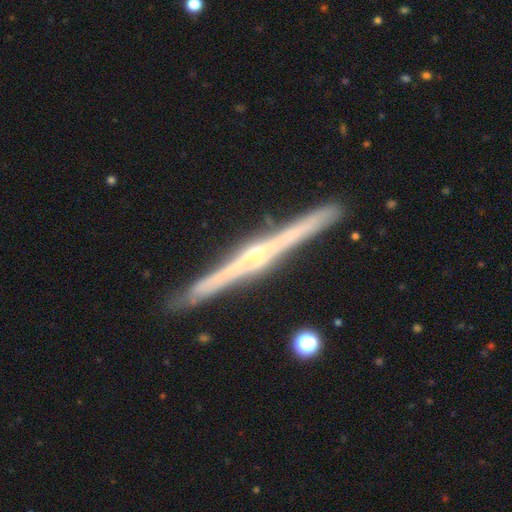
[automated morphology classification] type=featured or disk (87%); edge-on=yes (98%); edge-on bulge=rounded (80%); merging=none (91%).